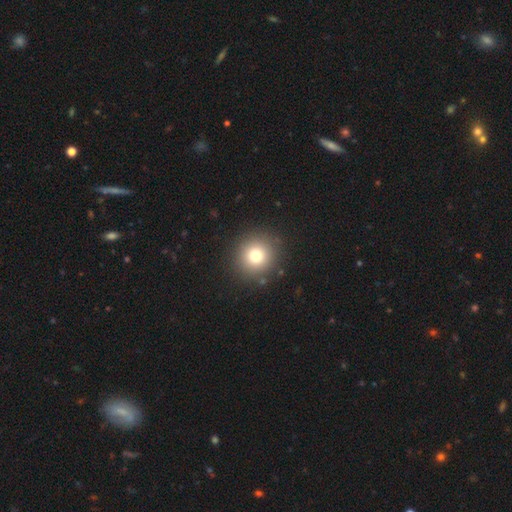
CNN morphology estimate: smooth 78%, star or artifact 13%, featured or disk 9%. Down the decision tree: how rounded — round (93%); merging — none (90%).